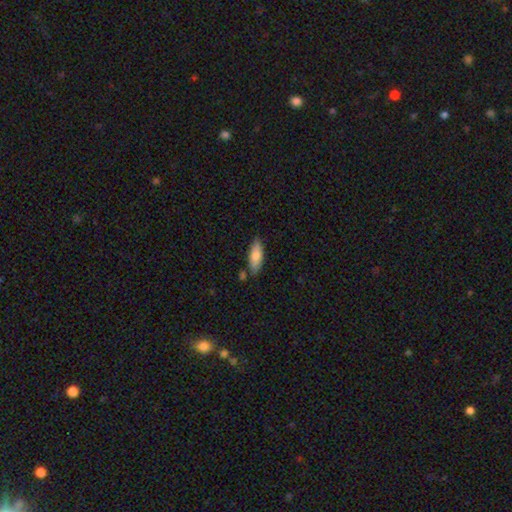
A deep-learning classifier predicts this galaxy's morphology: type=smooth (79%); roundness=in between (66%); merging=none (77%).